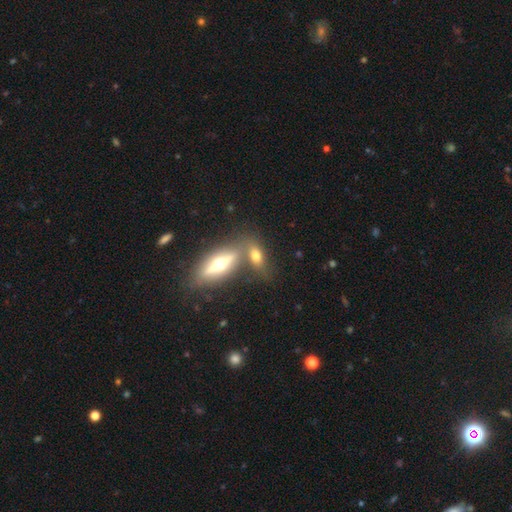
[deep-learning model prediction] This appears to be a smooth galaxy with no disk features (58%) that is in between round and cigar-shaped (73%). Merging: none (52%).